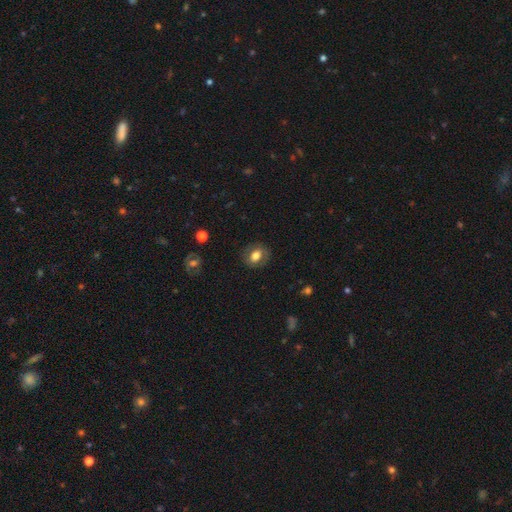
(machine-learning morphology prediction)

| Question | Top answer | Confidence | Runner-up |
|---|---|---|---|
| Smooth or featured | smooth | 69% | featured or disk (23%) |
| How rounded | in between | 55% | round (44%) |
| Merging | none | 81% | minor disturbance (13%) |